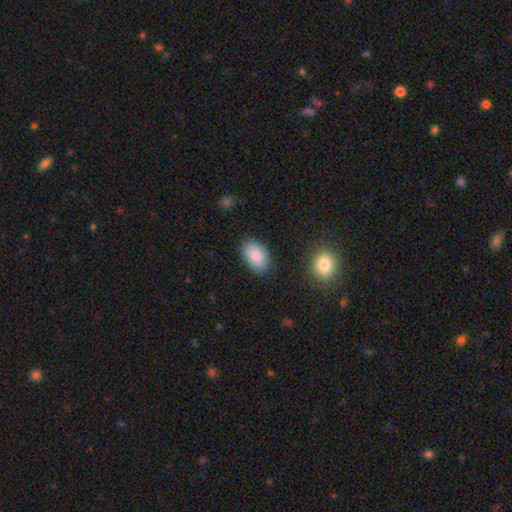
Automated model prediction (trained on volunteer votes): Q: Smooth or featured?
A: smooth (86%); runner-up: featured or disk (7%)
Q: How rounded?
A: in between (91%); runner-up: round (8%)
Q: Merging?
A: none (83%); runner-up: minor disturbance (12%)